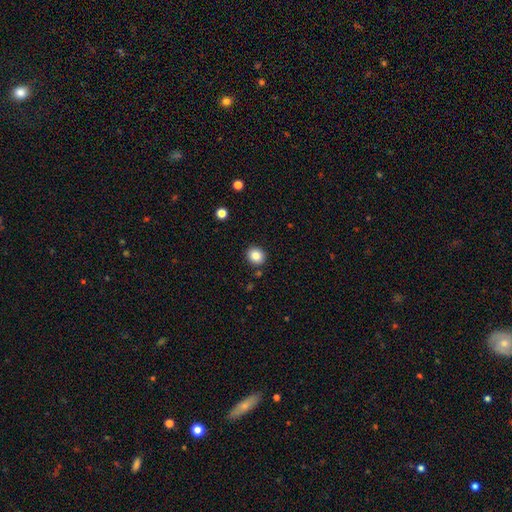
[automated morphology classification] Overall: smooth (85%). How rounded: round (83%). Merging: none (89%).